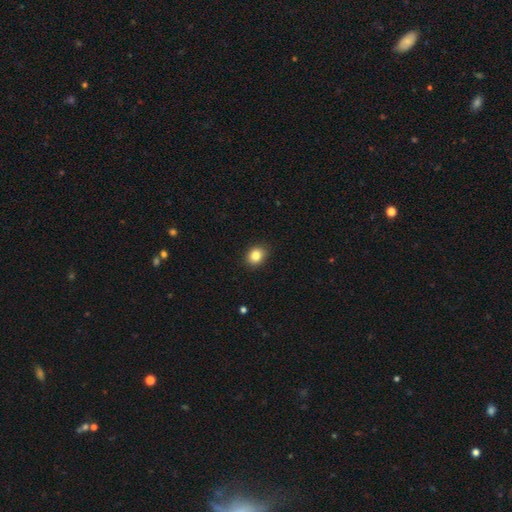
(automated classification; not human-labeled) The model was most divided on "how rounded": round: 50%, in between: 49%, cigar-shaped: 1%. More confident: merging — none (88%); smooth or featured — smooth (85%).